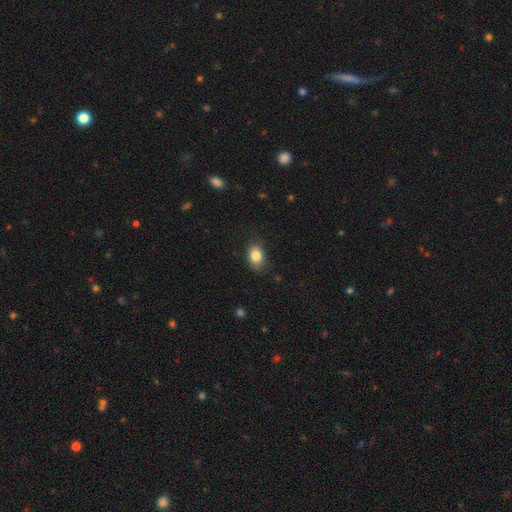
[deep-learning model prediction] A smooth galaxy with no disk features (84%) that is in between round and cigar-shaped (77%).

Vote fractions:
- Smooth or featured? smooth: 84% / star or artifact: 9% / featured or disk: 7%
- How rounded? in between: 77% / round: 22% / cigar-shaped: 1%
- Merging? none: 81% / minor disturbance: 15% / major disturbance: 3% / merger: 1%